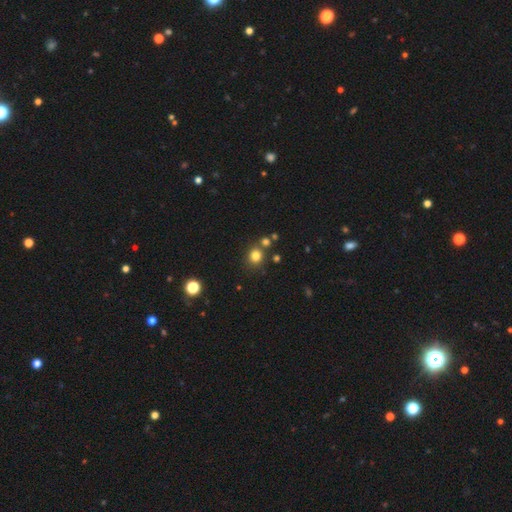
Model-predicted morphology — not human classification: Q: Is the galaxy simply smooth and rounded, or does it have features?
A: smooth — 80%.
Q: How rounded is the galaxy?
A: round — 84%.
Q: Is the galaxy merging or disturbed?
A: none — 77%.